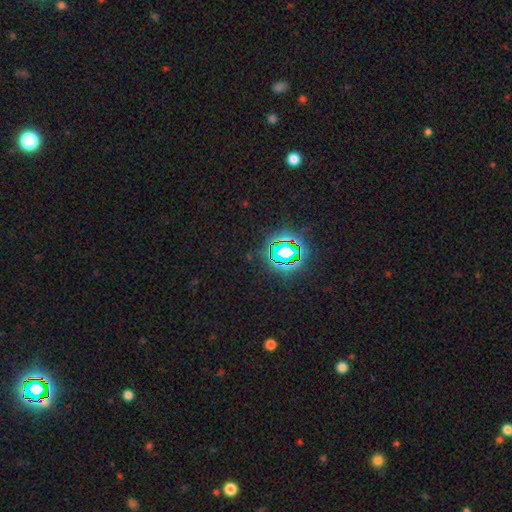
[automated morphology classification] Overall: star or artifact (79%).